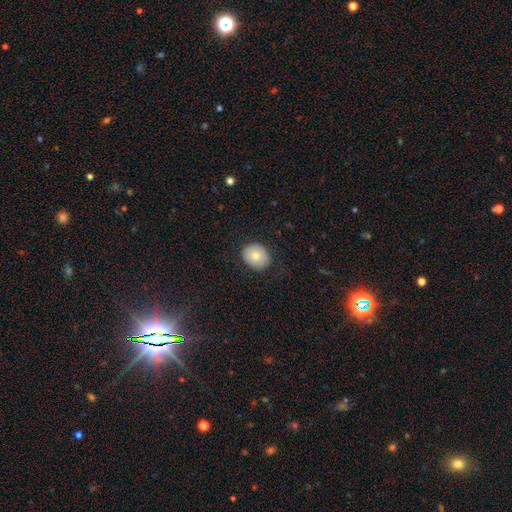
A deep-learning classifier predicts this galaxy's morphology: type=smooth (76%); roundness=round (61%); merging=none (82%).